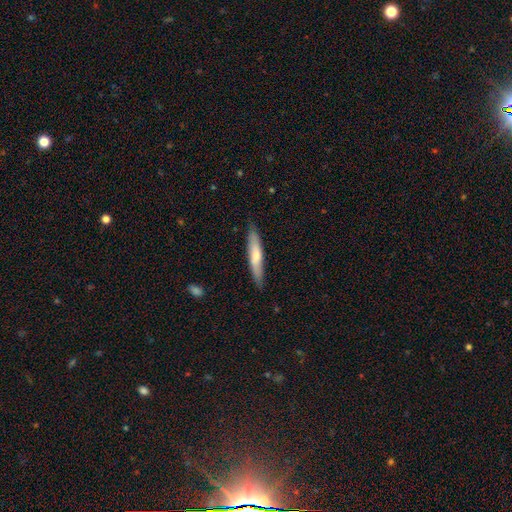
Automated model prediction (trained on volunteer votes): Q: Smooth or featured?
A: smooth (63%); runner-up: featured or disk (32%)
Q: How rounded?
A: cigar-shaped (89%); runner-up: in between (10%)
Q: Merging?
A: none (86%); runner-up: minor disturbance (11%)